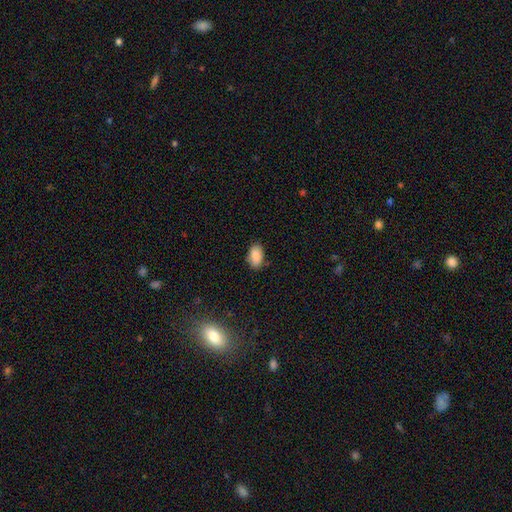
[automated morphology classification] smooth-or-featured: smooth: 88% | star or artifact: 7% | featured or disk: 5%
  how-rounded: in between: 92% | round: 6% | cigar-shaped: 2%
  merging: none: 82% | minor disturbance: 14% | major disturbance: 3% | merger: 1%